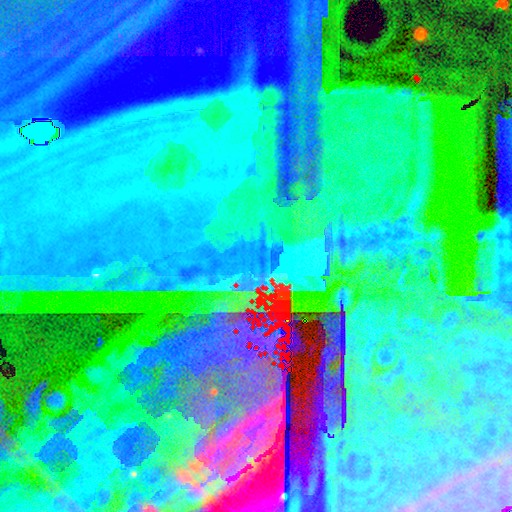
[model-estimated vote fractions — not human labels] Smooth or featured? star or artifact (86%)